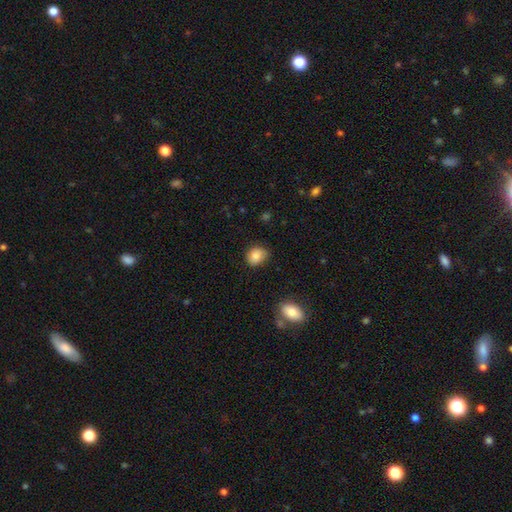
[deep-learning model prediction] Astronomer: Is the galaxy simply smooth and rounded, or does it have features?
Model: smooth — 84%.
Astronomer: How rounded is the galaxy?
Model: round — 56% (runner-up: in between, 43%).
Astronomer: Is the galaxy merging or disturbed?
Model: none — 72%.